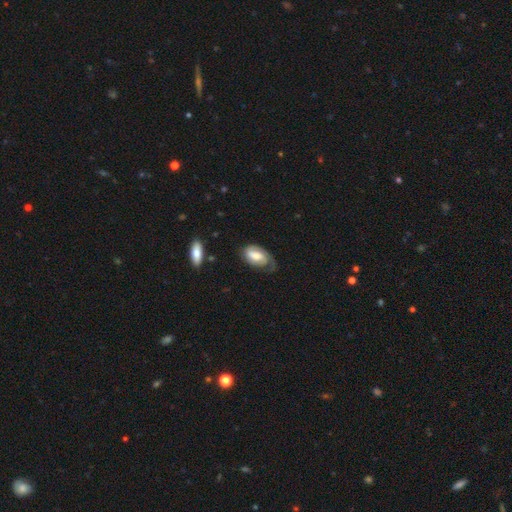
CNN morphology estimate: type=featured or disk (55%); edge-on=no (95%); bar=no (45%); spiral arms=yes (85%); bulge=moderate (51%); merging=none (45%).